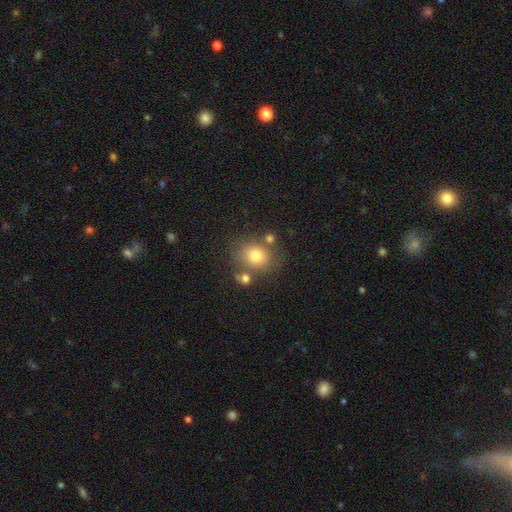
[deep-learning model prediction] Morphology: type=smooth (77%); roundness=round (64%); merging=none (67%).